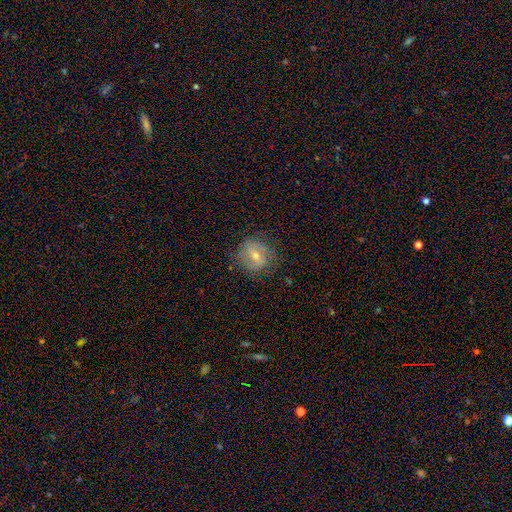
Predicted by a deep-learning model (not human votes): The model was most divided on "bulge size": moderate: 53%, small: 42%, large: 2%, none: 1%, dominant: 1%. Remaining: edge-on disk — no (95%); merging — none (78%); spiral arms — yes (65%); smooth or featured — featured or disk (56%); bar — weak (45%).